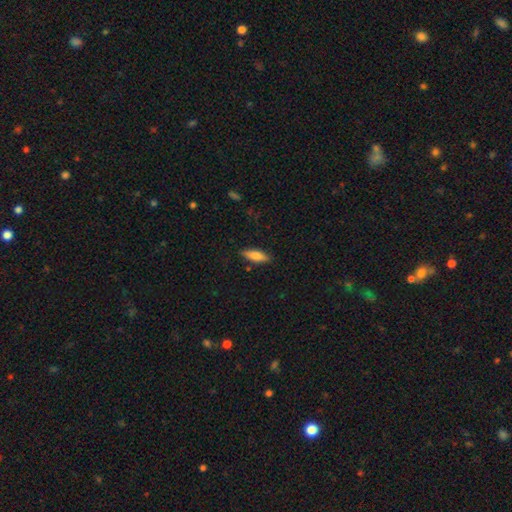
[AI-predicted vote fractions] Overall: smooth (77%). How rounded: in between (59%; cigar-shaped 39%). Merging: none (85%).